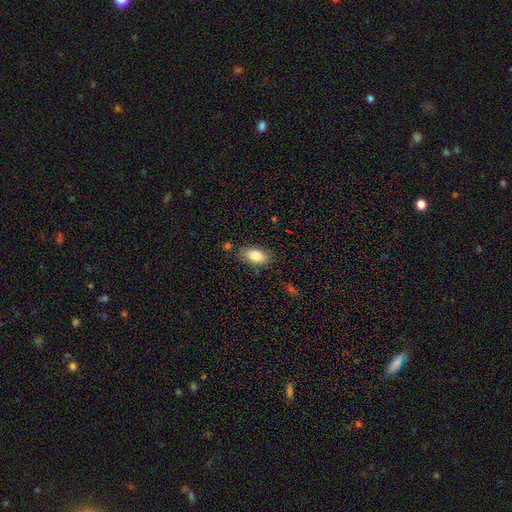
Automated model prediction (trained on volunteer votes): The model was most divided on "merging": none: 80%, minor disturbance: 14%, major disturbance: 3%, merger: 3%. More confident: how rounded — in between (91%); smooth or featured — smooth (82%).